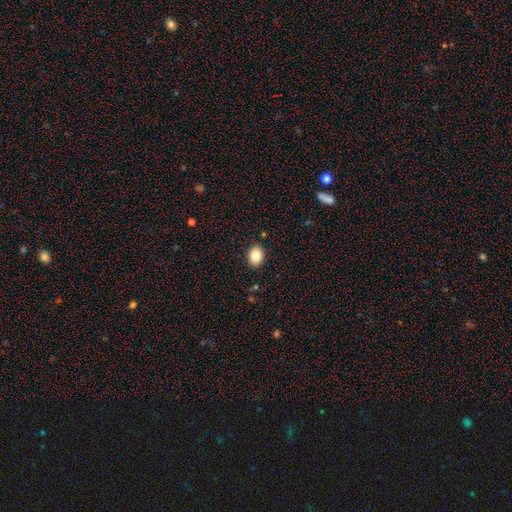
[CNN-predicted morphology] Smooth or featured? Predicted: smooth (p=0.84). How rounded? Predicted: in between (p=0.60). Merging? Predicted: none (p=0.90).